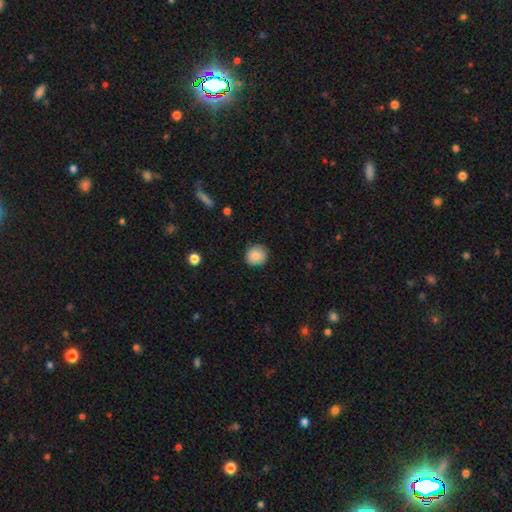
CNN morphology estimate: smooth-or-featured: smooth: 85% | star or artifact: 8% | featured or disk: 7%
  how-rounded: round: 88% | in between: 11% | cigar-shaped: 1%
  merging: none: 85% | minor disturbance: 11% | major disturbance: 2% | merger: 1%